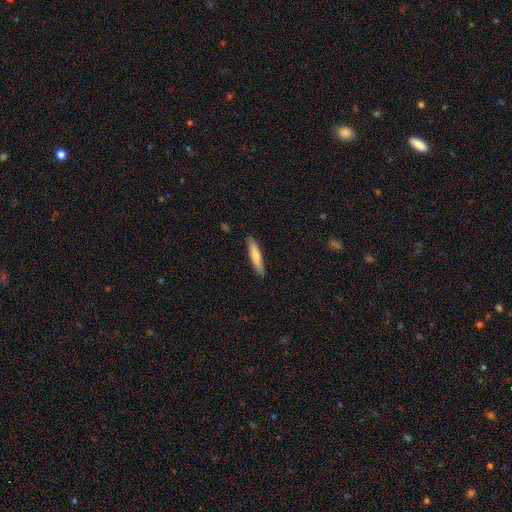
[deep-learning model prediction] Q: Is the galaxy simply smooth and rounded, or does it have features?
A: smooth — 72%.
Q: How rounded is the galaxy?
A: cigar-shaped — 87%.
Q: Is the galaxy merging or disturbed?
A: none — 88%.